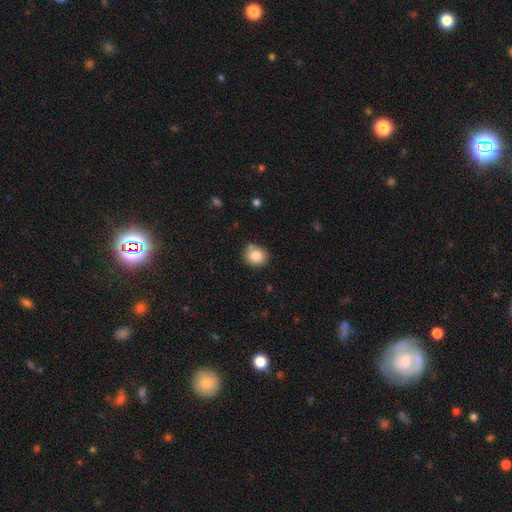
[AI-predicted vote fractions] A smooth galaxy with no disk features (83%) that is round (70%). Merging: none (73%).